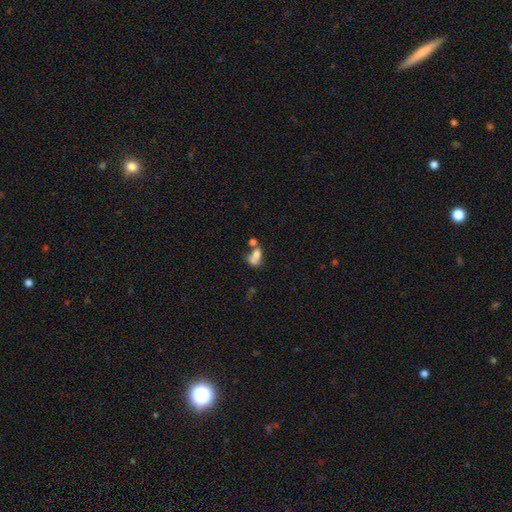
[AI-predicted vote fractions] This is likely a smooth galaxy (68%). How rounded: likely in between (73%). Merging: likely merger (61%).